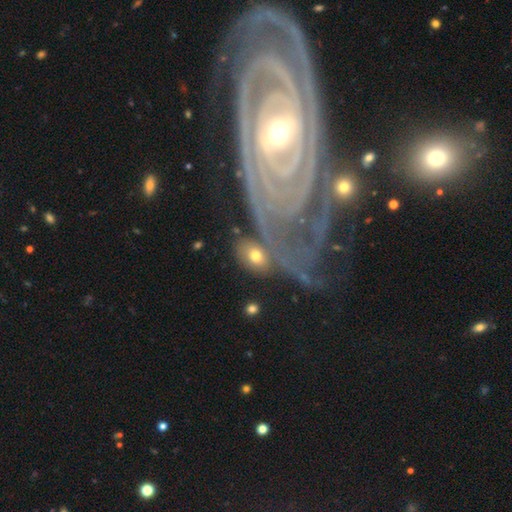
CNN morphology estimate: Overall: smooth (61%; featured or disk 30%). How rounded: in between (83%). Merging: none (69%).